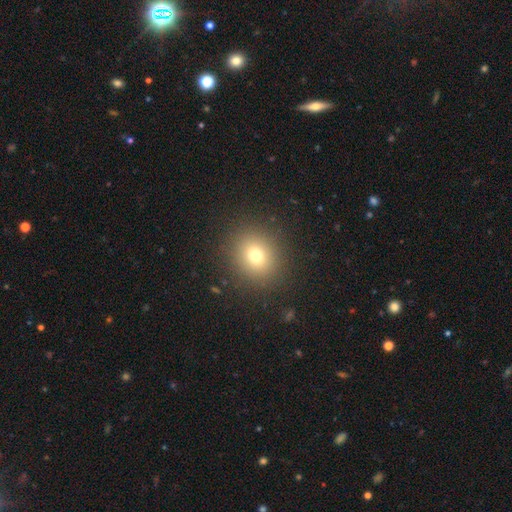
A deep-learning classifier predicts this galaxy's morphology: Smooth or featured? smooth (74%)
How rounded? round (79%)
Merging? none (89%)